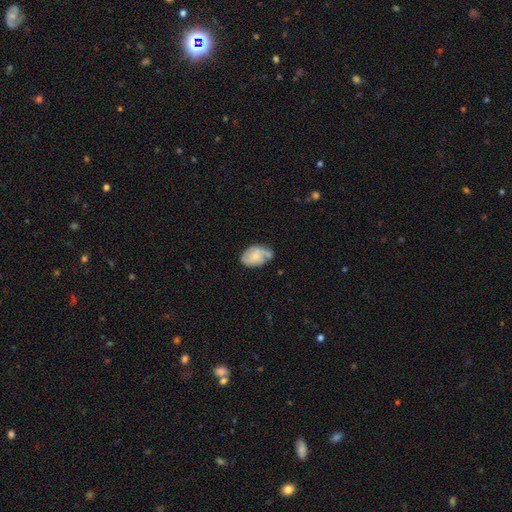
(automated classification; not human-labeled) This is possibly a featured or disk galaxy (47%). Merging: possibly none (47%).